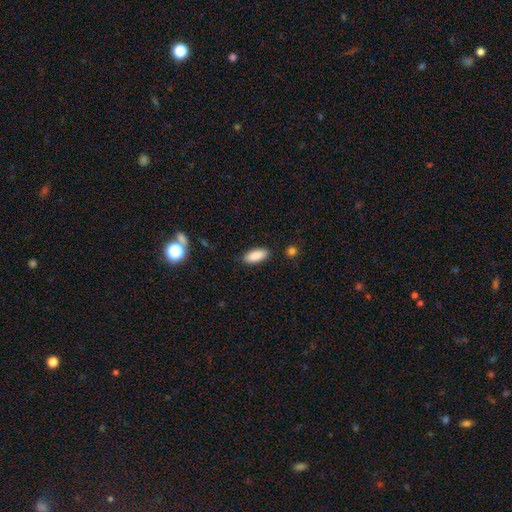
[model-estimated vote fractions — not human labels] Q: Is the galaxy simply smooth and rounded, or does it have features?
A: smooth — 89%.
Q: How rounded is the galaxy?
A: in between — 84%.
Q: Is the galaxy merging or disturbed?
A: none — 87%.